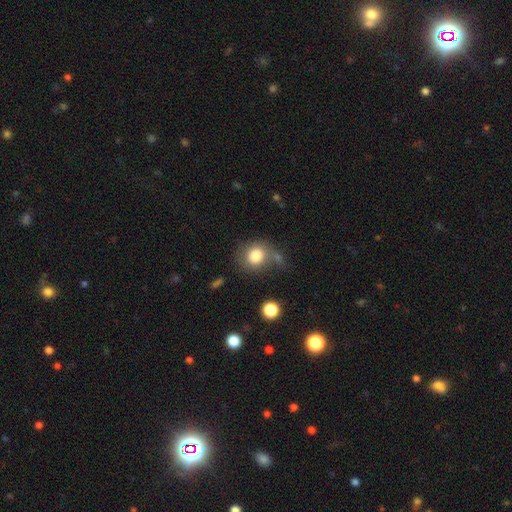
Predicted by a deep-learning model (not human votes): A smooth galaxy with no disk features (80%) that is round (73%).

Vote fractions:
- Smooth or featured? smooth: 80% / featured or disk: 10% / star or artifact: 9%
- How rounded? round: 73% / in between: 26% / cigar-shaped: 1%
- Merging? none: 53% / minor disturbance: 20% / merger: 16% / major disturbance: 12%